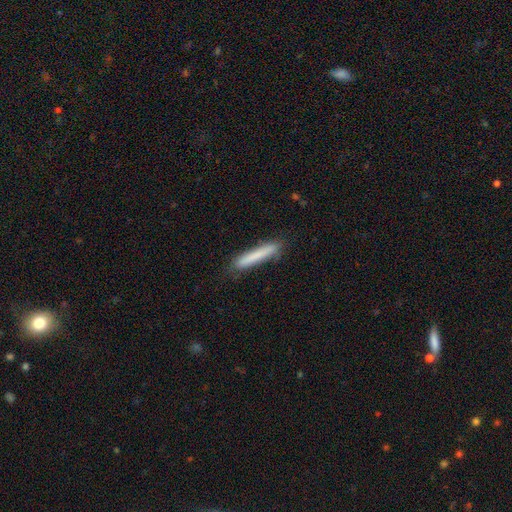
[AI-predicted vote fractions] smooth 78%, featured or disk 17%, star or artifact 6%. Down the decision tree: how rounded — cigar-shaped (95%); merging — none (85%).